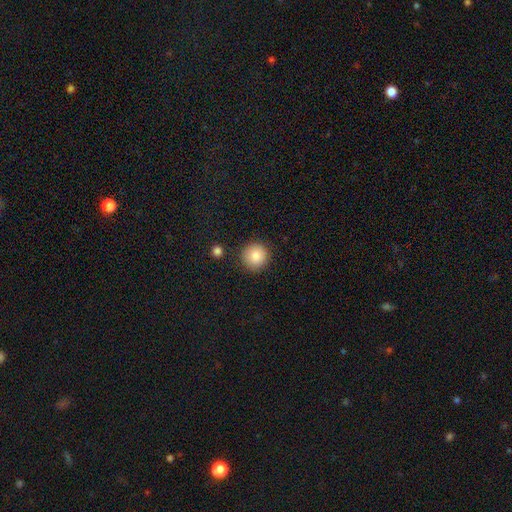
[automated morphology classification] smooth 86%, star or artifact 8%, featured or disk 6%. Down the decision tree: how rounded — round (94%); merging — none (89%).